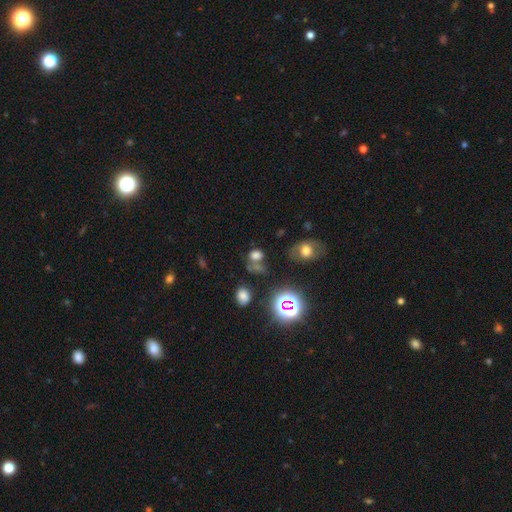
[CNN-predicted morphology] The model was most divided on "how rounded": in between: 50%, round: 48%, cigar-shaped: 2%. Remaining: smooth or featured — smooth (60%); merging — none (46%).